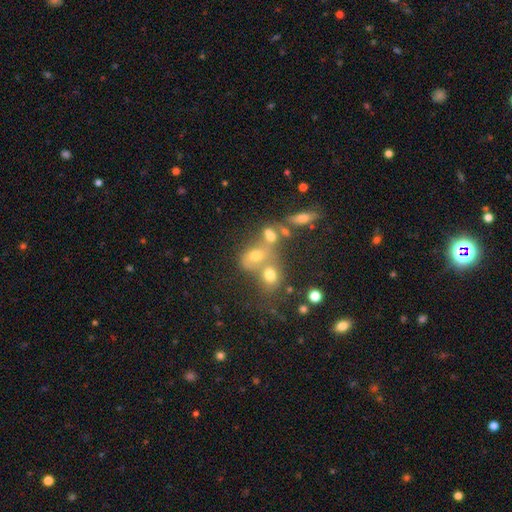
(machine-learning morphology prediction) Smooth or featured?
  - smooth: 51% *
  - featured or disk: 26%
  - star or artifact: 23%
How rounded?
  - in between: 50% *
  - round: 47%
  - cigar-shaped: 3%
Merging?
  - merger: 53% *
  - none: 28%
  - minor disturbance: 10%
  - major disturbance: 8%